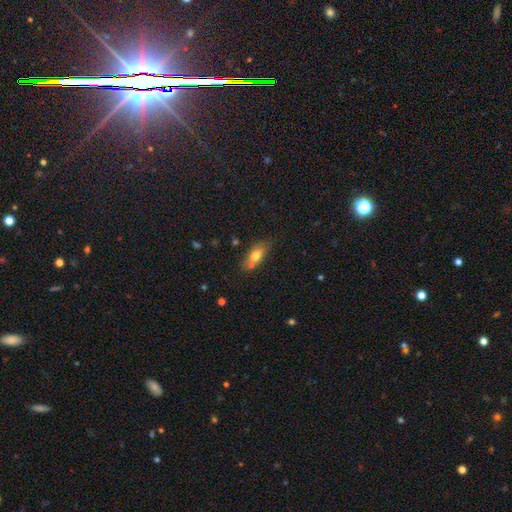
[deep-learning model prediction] smooth-or-featured: smooth: 69% | featured or disk: 22% | star or artifact: 9%
  how-rounded: in between: 76% | cigar-shaped: 17% | round: 7%
  merging: none: 62% | minor disturbance: 18% | merger: 15% | major disturbance: 5%